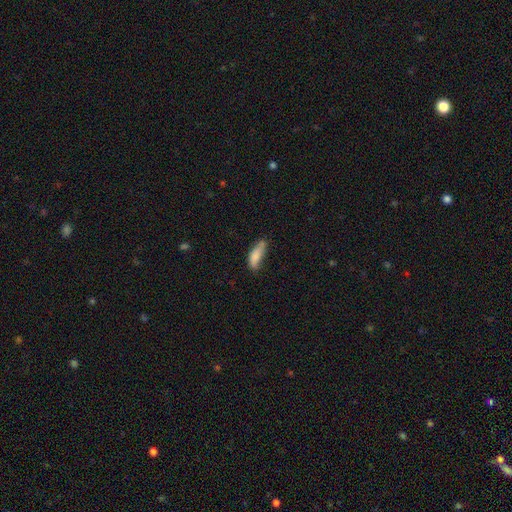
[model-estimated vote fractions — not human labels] This is clearly a smooth galaxy (80%). How rounded: possibly in between (57%). Merging: possibly none (47%).